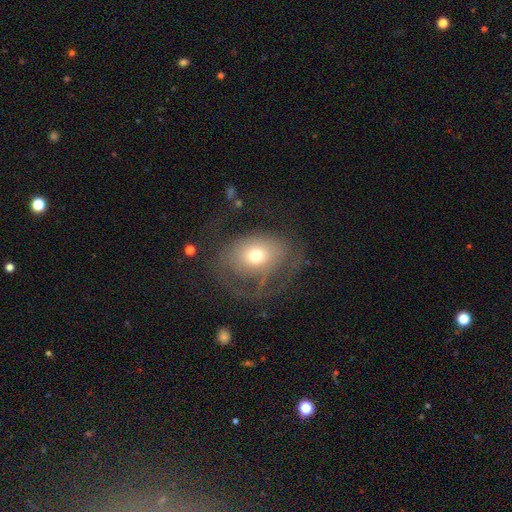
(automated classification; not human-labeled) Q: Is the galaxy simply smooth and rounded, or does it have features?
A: smooth — 49%.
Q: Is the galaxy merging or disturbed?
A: major disturbance — 40%.